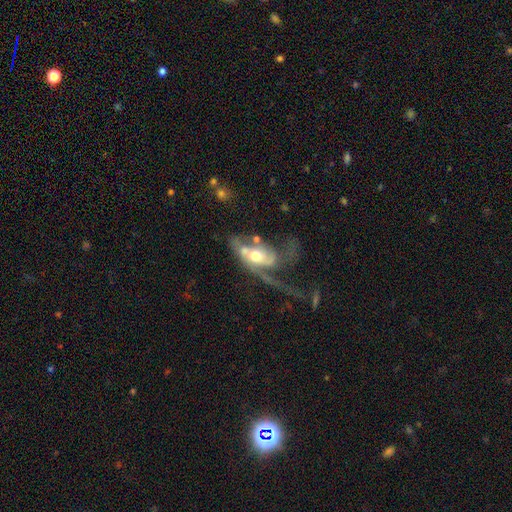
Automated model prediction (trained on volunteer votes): This appears to be a featured or disk galaxy (72%) with no bar (68%), spiral arms (74%) and a moderate central bulge (64%). Merging: major disturbance (49%).